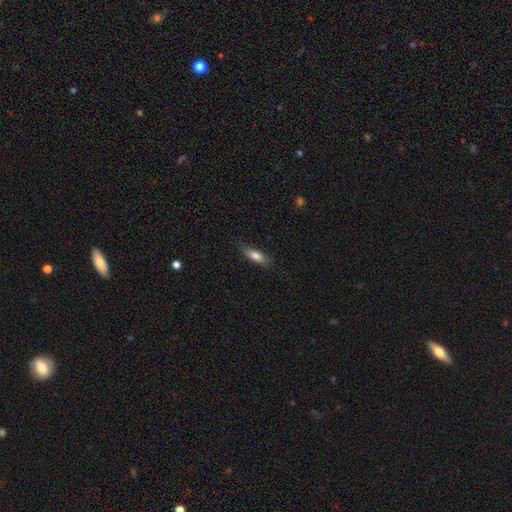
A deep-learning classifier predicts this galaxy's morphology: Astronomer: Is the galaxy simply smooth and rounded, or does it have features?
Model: smooth — 76%.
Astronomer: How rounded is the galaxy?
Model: in between — 55% (runner-up: cigar-shaped, 42%).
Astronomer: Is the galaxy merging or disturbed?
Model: none — 77%.